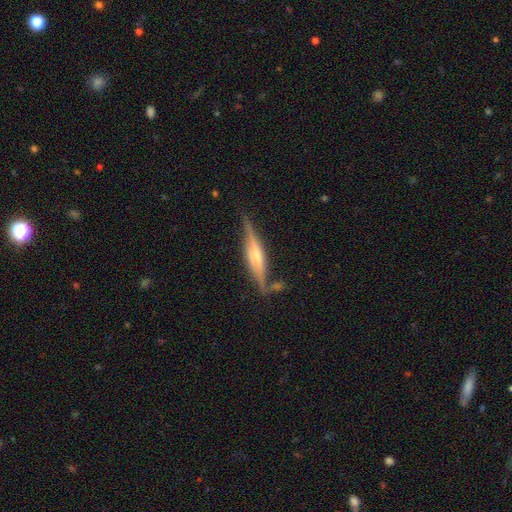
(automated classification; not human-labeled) Q: Smooth or featured?
A: featured or disk (73%); runner-up: smooth (21%)
Q: Edge-on disk?
A: yes (95%); runner-up: no (5%)
Q: Edge-on bulge?
A: rounded (66%); runner-up: boxy (24%)
Q: Merging?
A: none (74%); runner-up: minor disturbance (16%)